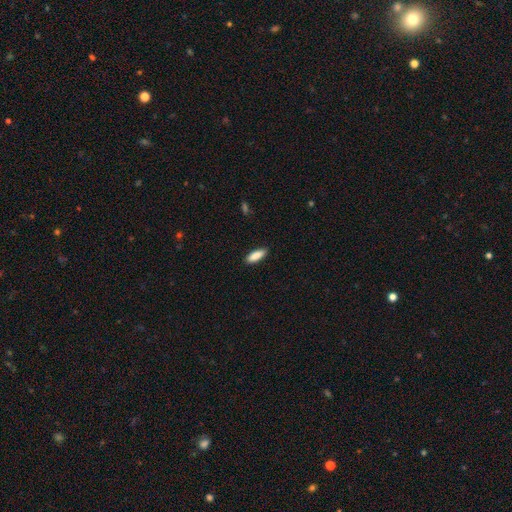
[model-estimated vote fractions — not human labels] Smooth or featured? Predicted: smooth (p=0.88). How rounded? Predicted: in between (p=0.61). Merging? Predicted: none (p=0.88).